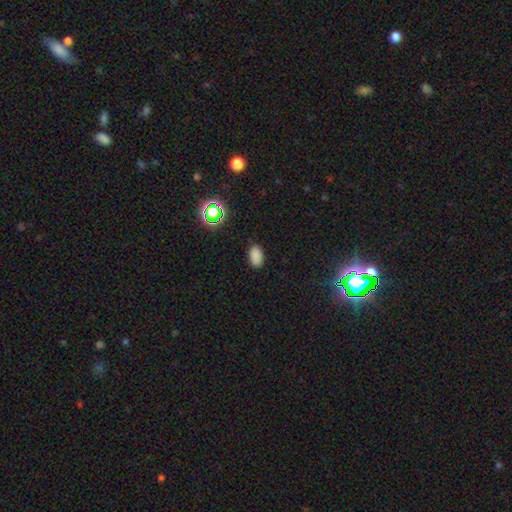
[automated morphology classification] Smooth or featured?
  - smooth: 83% *
  - star or artifact: 14%
  - featured or disk: 4%
How rounded?
  - in between: 92% *
  - round: 7%
  - cigar-shaped: 1%
Merging?
  - none: 86% *
  - minor disturbance: 11%
  - major disturbance: 2%
  - merger: 1%